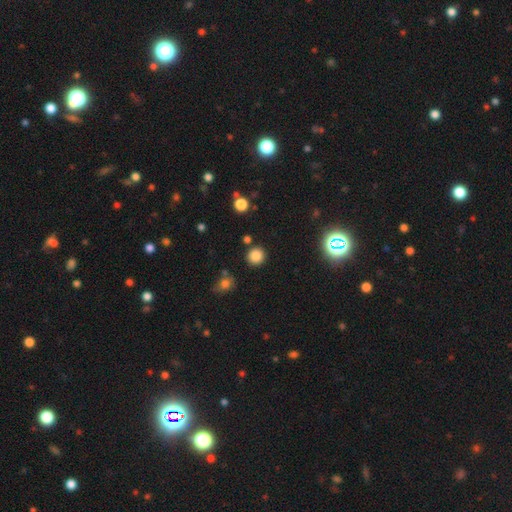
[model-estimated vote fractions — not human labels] A smooth galaxy with no disk features (82%) that is round (91%). Merging: none (86%).